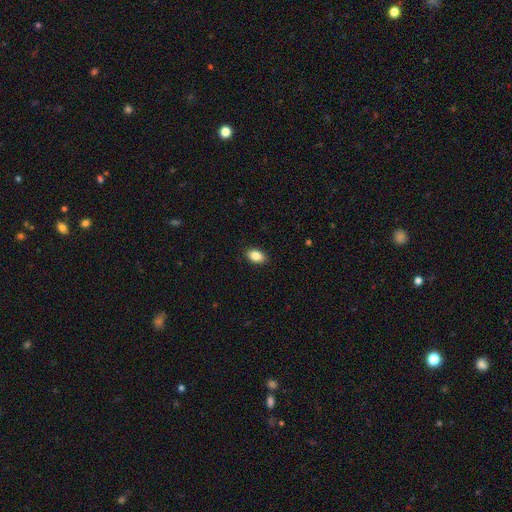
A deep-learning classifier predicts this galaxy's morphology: This appears to be a smooth galaxy with no disk features (86%) that is in between round and cigar-shaped (88%). Merging: none (89%).